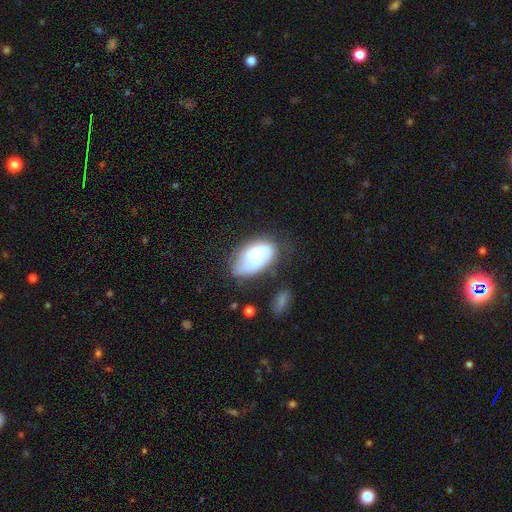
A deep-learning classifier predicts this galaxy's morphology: Smooth or featured?
  - smooth: 59% *
  - featured or disk: 33%
  - star or artifact: 8%
How rounded?
  - in between: 93% *
  - round: 6%
  - cigar-shaped: 2%
Merging?
  - none: 49% *
  - minor disturbance: 31%
  - major disturbance: 13%
  - merger: 6%